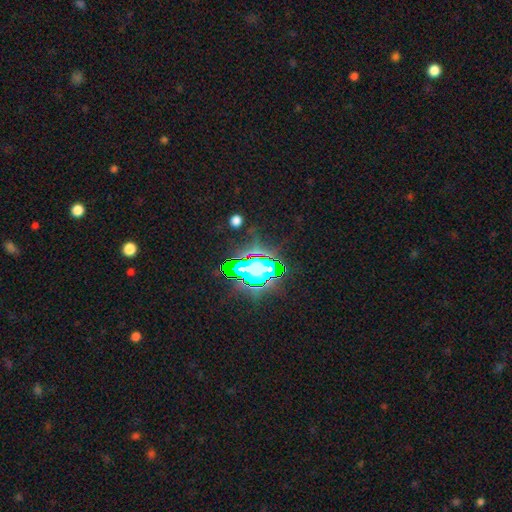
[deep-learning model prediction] A star or artifact, not a galaxy (62%).

Vote fractions:
- Smooth or featured? star or artifact: 62% / smooth: 20% / featured or disk: 18%